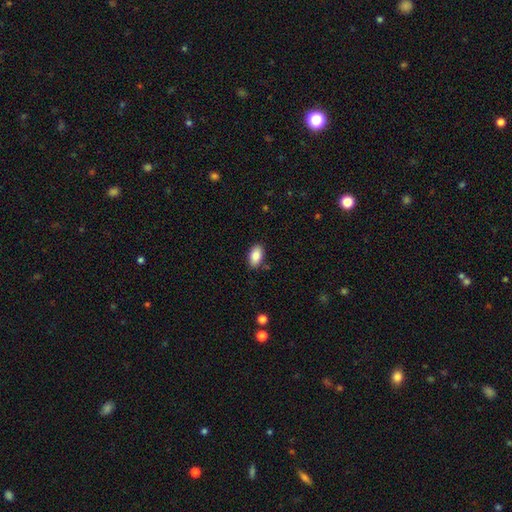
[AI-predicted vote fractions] Overall: smooth (87%). How rounded: in between (93%). Merging: none (85%).